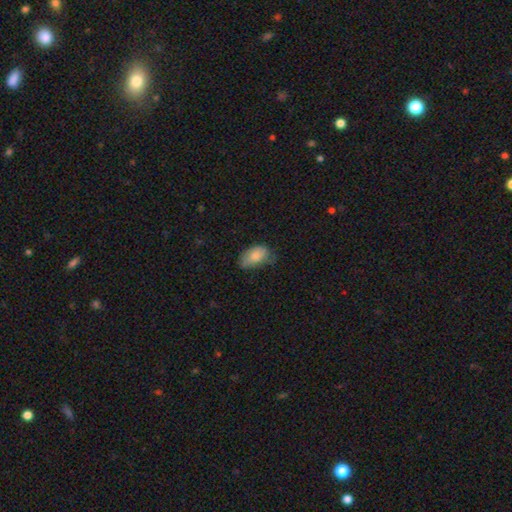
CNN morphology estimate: smooth-or-featured: smooth: 80% | featured or disk: 12% | star or artifact: 7%
  how-rounded: in between: 92% | round: 6% | cigar-shaped: 2%
  merging: none: 54% | minor disturbance: 35% | major disturbance: 9% | merger: 1%